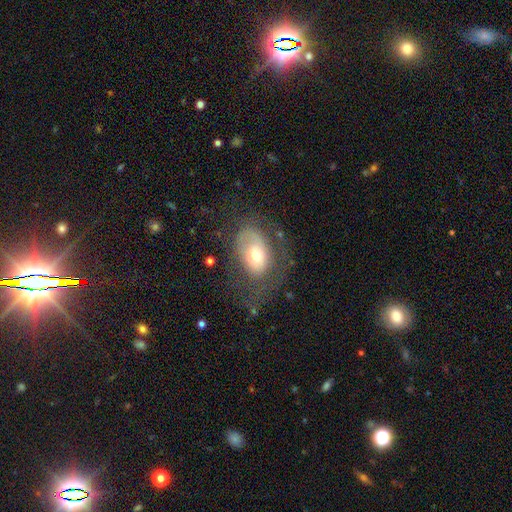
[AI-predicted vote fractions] smooth-or-featured: smooth: 53% | featured or disk: 38% | star or artifact: 9%
  how-rounded: in between: 84% | round: 14% | cigar-shaped: 1%
  merging: none: 48% | major disturbance: 26% | minor disturbance: 24% | merger: 2%